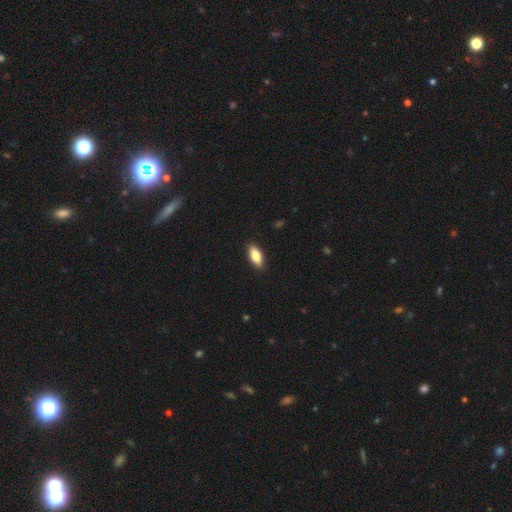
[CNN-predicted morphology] Smooth or featured: smooth — 82% (featured or disk — 12%)
How rounded: in between — 82% (cigar-shaped — 16%)
Merging: none — 90% (minor disturbance — 8%)